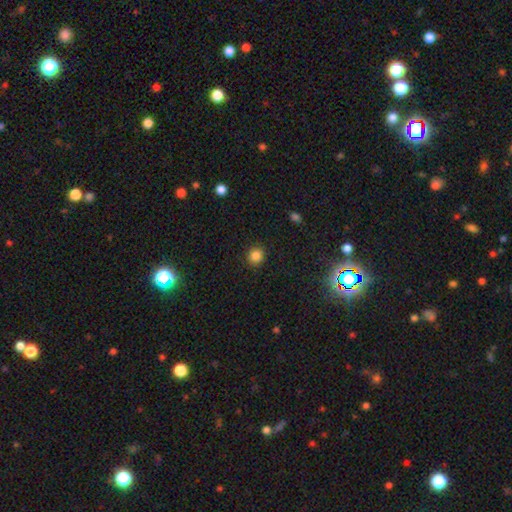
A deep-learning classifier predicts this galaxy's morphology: Smooth or featured? Predicted: smooth (p=0.84). How rounded? Predicted: round (p=0.89). Merging? Predicted: none (p=0.90).